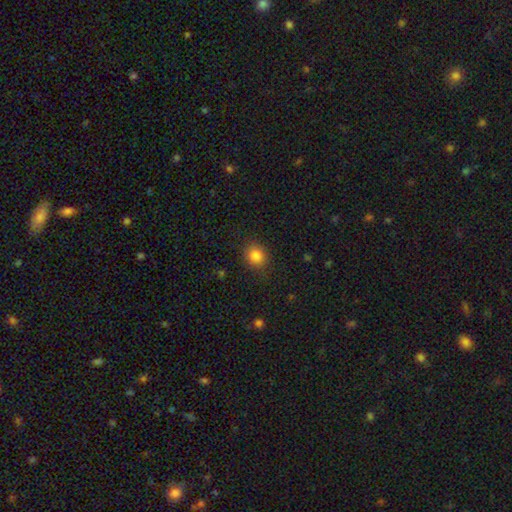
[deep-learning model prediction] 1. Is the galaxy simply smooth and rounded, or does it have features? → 85% smooth, 11% star or artifact, 5% featured or disk.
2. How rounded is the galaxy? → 78% round, 21% in between, 1% cigar-shaped.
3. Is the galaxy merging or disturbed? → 87% none, 9% minor disturbance, 3% major disturbance, 1% merger.